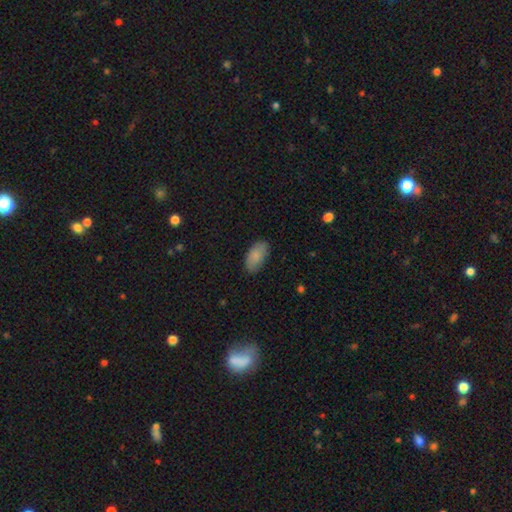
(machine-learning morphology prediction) Smooth or featured? smooth (84%)
How rounded? in between (95%)
Merging? none (81%)